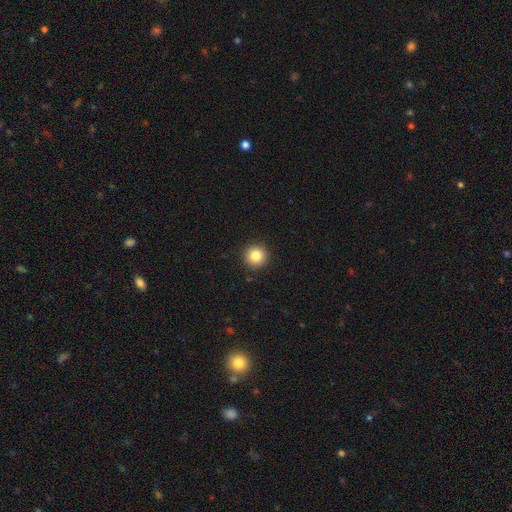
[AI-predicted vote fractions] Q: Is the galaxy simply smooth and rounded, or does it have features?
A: smooth — 84%.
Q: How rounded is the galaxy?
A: round — 95%.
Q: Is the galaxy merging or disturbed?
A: none — 92%.